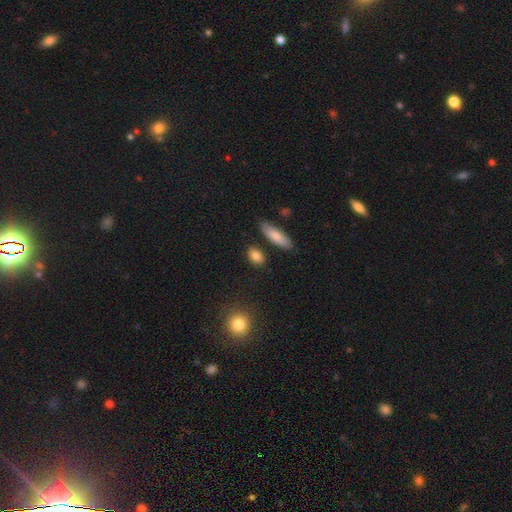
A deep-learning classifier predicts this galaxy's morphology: This is clearly a smooth galaxy (84%). How rounded: likely in between (74%). Merging: clearly none (83%).